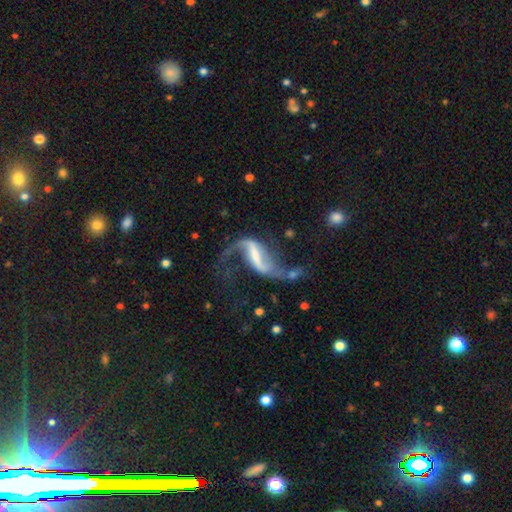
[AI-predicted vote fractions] The model was most divided on "bulge size": none: 44%, small: 25%, moderate: 19%, large: 10%, dominant: 3%. Remaining: edge-on disk — no (95%); spiral arms — yes (92%); spiral winding — loose (89%); spiral arm count — 2 (88%); smooth or featured — featured or disk (86%); bar — strong (60%); merging — none (47%).